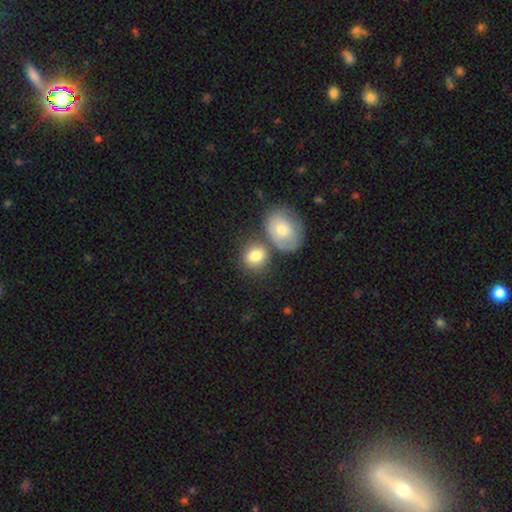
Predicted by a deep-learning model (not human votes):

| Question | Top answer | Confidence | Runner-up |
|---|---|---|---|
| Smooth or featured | smooth | 80% | featured or disk (13%) |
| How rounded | round | 59% | in between (40%) |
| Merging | none | 50% | merger (30%) |